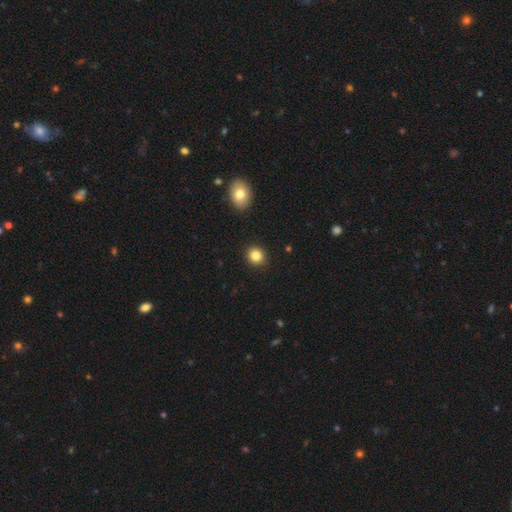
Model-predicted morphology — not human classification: Smooth or featured? Predicted: smooth (p=0.84). How rounded? Predicted: round (p=0.80). Merging? Predicted: none (p=0.91).